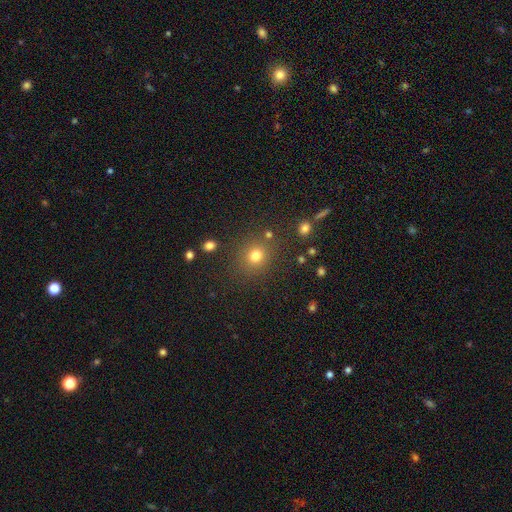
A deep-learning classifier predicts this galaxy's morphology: Smooth or featured? Predicted: smooth (p=0.77). How rounded? Predicted: round (p=0.83). Merging? Predicted: none (p=0.81).